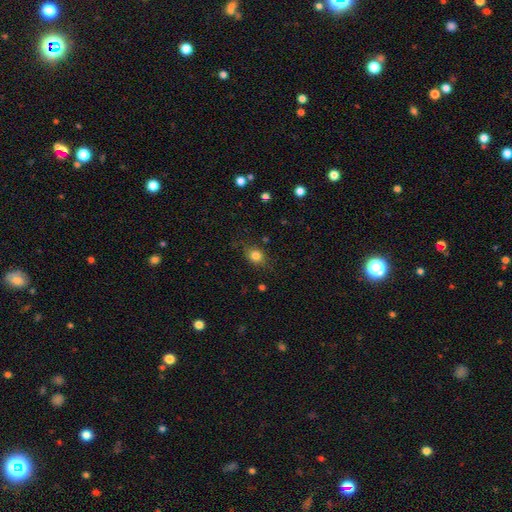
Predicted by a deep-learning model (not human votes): Morphology: type=smooth (81%); roundness=in between (50%); merging=none (77%).